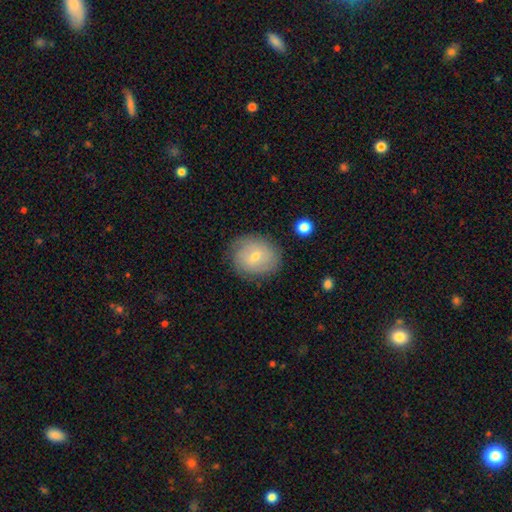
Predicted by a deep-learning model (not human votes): This is possibly a featured or disk galaxy (49%). Merging: clearly none (81%).